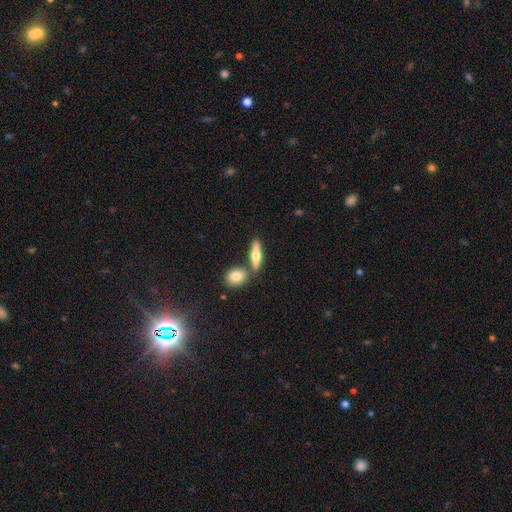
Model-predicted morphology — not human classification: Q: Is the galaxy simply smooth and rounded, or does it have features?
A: smooth — 50%.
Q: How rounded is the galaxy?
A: cigar-shaped — 59%.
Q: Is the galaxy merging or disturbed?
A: none — 68%.